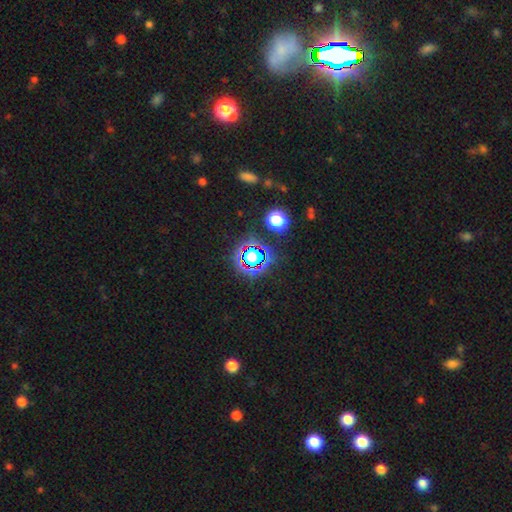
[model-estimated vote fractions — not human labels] Smooth or featured? Predicted: star or artifact (p=0.78).